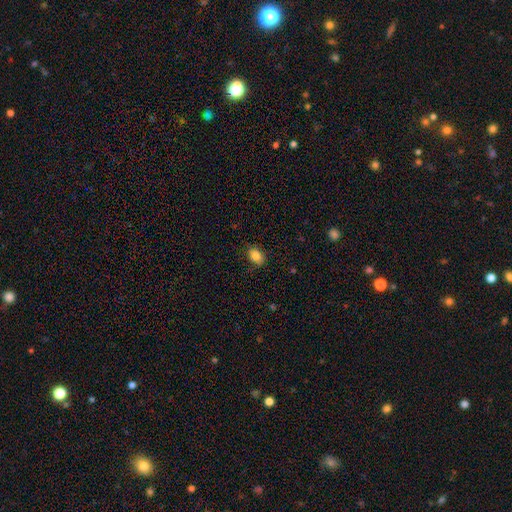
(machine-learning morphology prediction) Overall: smooth (84%). How rounded: in between (66%; round 33%). Merging: none (81%).